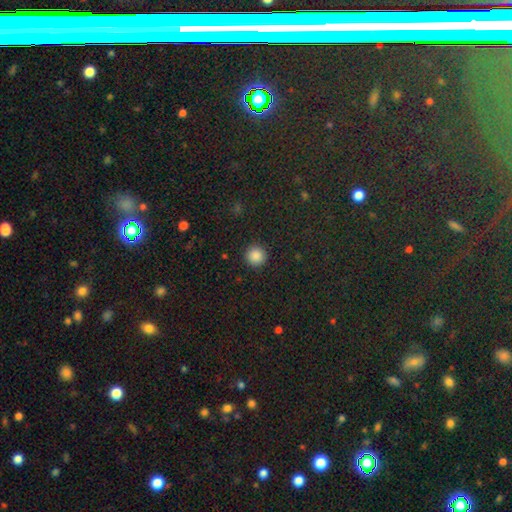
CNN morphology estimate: This appears to be a smooth galaxy with no disk features (87%) that is round (96%). Merging: none (92%).